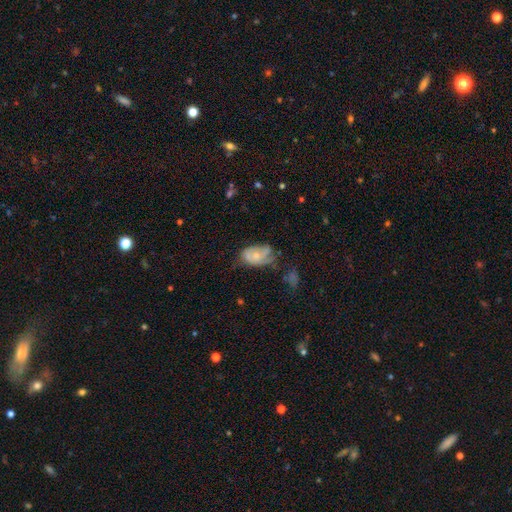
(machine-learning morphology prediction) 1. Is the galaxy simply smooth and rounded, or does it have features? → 47% smooth, 45% featured or disk, 8% star or artifact.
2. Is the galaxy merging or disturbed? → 36% minor disturbance, 34% none, 26% major disturbance, 5% merger.